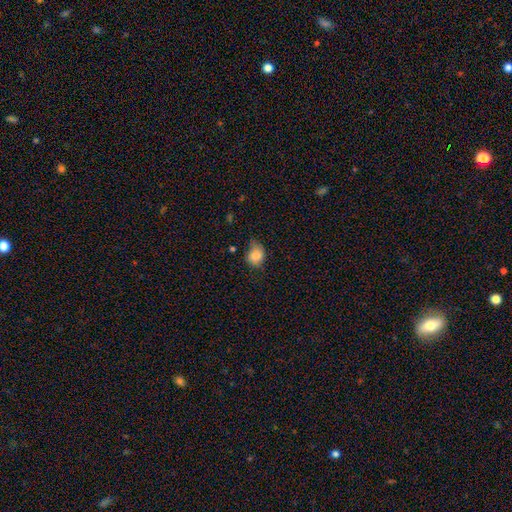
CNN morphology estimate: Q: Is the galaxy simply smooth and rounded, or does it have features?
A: smooth — 83%.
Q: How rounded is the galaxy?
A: round — 54%.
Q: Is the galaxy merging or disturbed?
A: none — 53%.